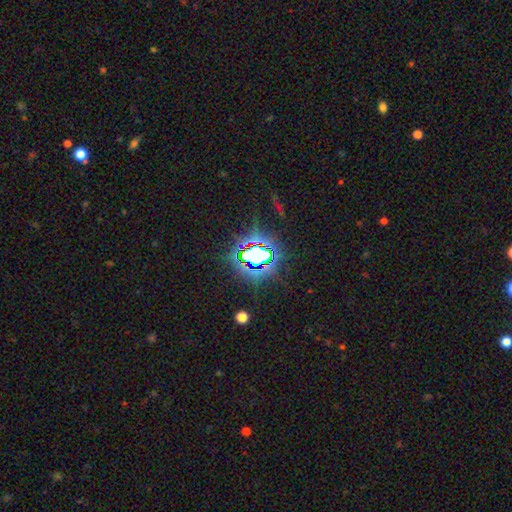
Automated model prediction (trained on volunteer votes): This is likely a star or artifact rather than a galaxy (74%).